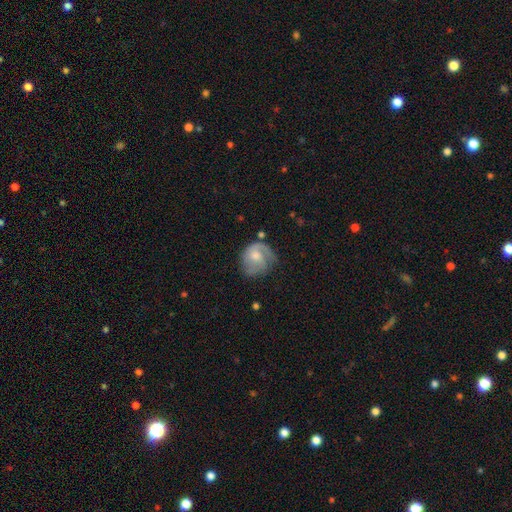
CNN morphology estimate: smooth-or-featured: featured or disk: 59% | smooth: 35% | star or artifact: 6%
  disk-edge-on: no: 98% | yes: 2%
    bar: no: 68% | weak: 29% | strong: 4%
    has-spiral-arms: yes: 85% | no: 15%
    bulge-size: moderate: 55% | small: 25% | large: 11% | none: 7% | dominant: 2%
  merging: none: 56% | minor disturbance: 26% | major disturbance: 16% | merger: 3%